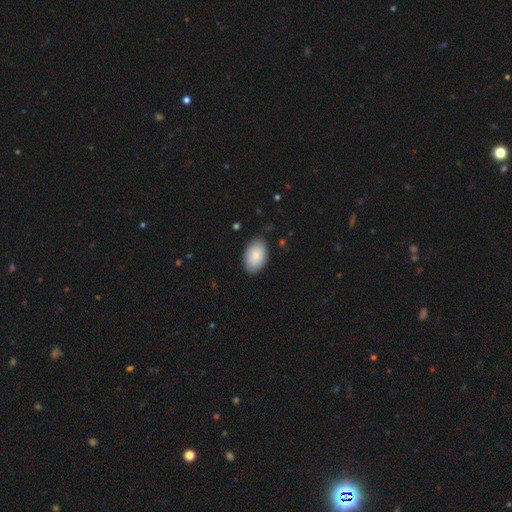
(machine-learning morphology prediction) This appears to be a smooth galaxy with no disk features (84%) that is in between round and cigar-shaped (92%). Merging: none (84%).